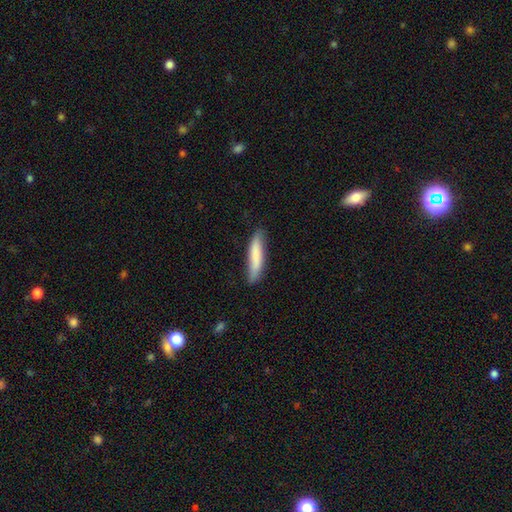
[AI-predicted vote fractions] This is likely a smooth galaxy (77%). How rounded: clearly cigar-shaped (86%). Merging: likely none (76%).